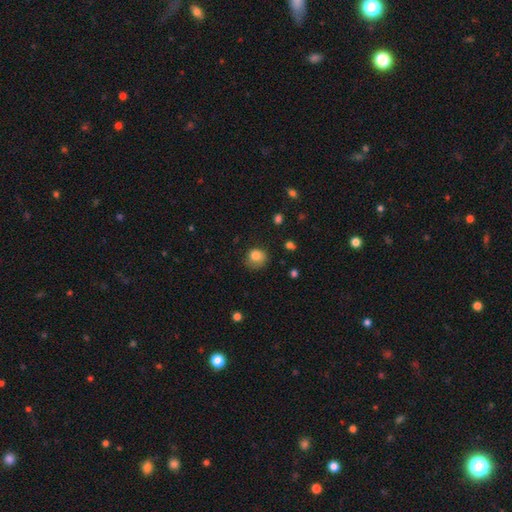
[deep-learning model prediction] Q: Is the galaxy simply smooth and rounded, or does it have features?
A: smooth — 82%.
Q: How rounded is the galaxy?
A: round — 76%.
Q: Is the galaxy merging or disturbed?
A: none — 61%.